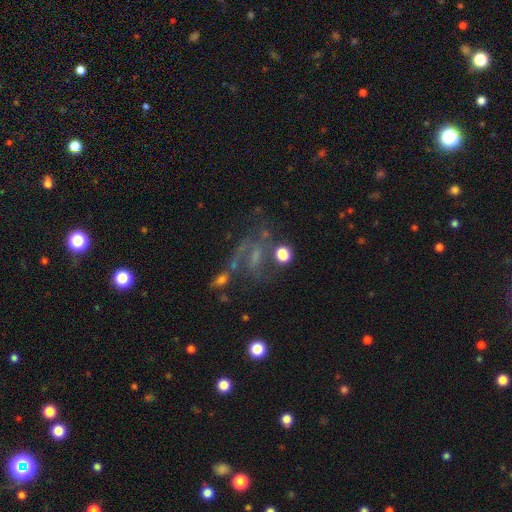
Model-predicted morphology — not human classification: featured or disk 59%, star or artifact 23%, smooth 19%. Down the decision tree: edge-on disk — no (94%); bar — weak (39%, tied with no); spiral arms — yes (72%); bulge size — none (42%); merging — none (42%).